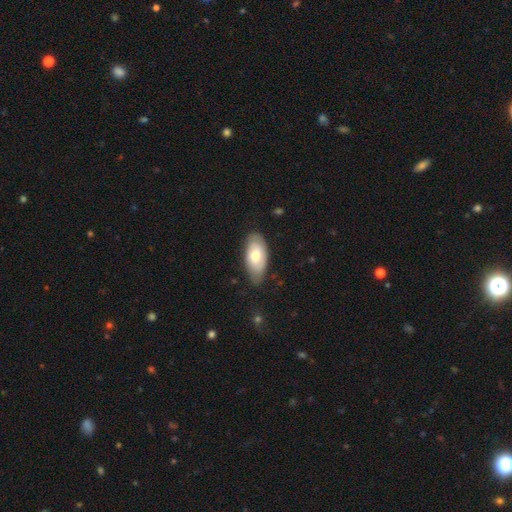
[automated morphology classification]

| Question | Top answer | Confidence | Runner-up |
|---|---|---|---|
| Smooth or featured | smooth | 64% | featured or disk (30%) |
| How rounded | in between | 93% | cigar-shaped (4%) |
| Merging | none | 70% | minor disturbance (24%) |